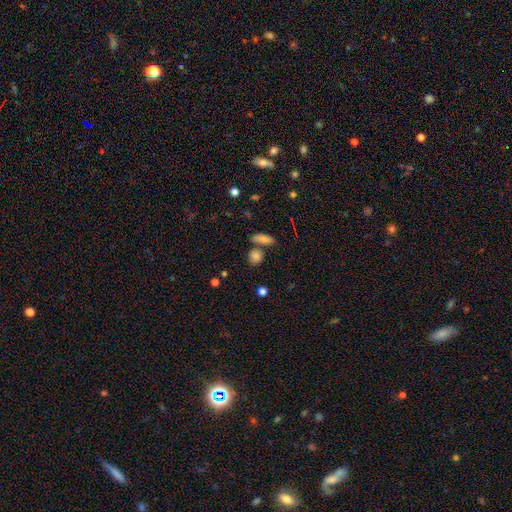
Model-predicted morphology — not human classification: Q: Smooth or featured?
A: smooth (82%); runner-up: star or artifact (11%)
Q: How rounded?
A: round (65%); runner-up: in between (31%)
Q: Merging?
A: none (65%); runner-up: merger (21%)